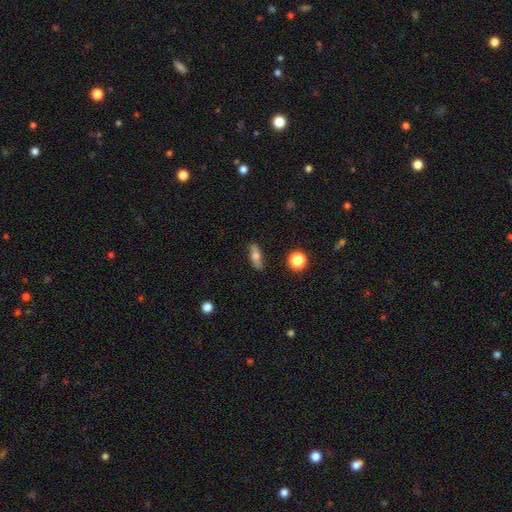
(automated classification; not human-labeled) smooth_or_featured: smooth (p=0.59) [alt: featured or disk p=0.32]
how_rounded: in between (p=0.58) [alt: cigar-shaped p=0.34]
merging: none (p=0.84) [alt: minor disturbance p=0.12]